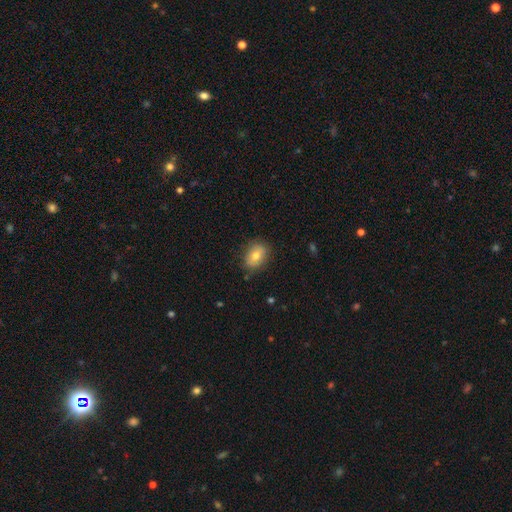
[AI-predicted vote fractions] Smooth or featured? Predicted: smooth (p=0.75). How rounded? Predicted: in between (p=0.78). Merging? Predicted: none (p=0.81).